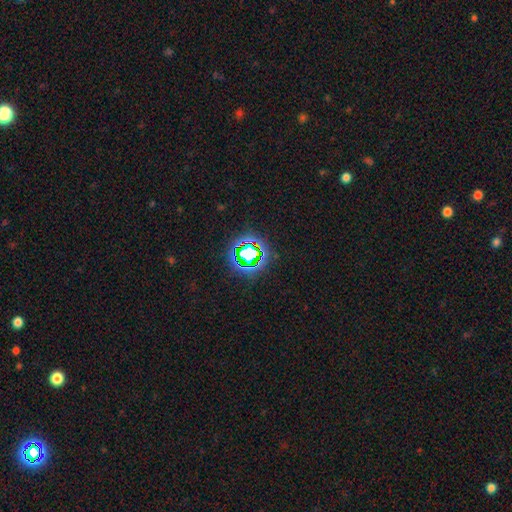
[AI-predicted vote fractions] This appears to be a star or artifact, not a galaxy (79%).